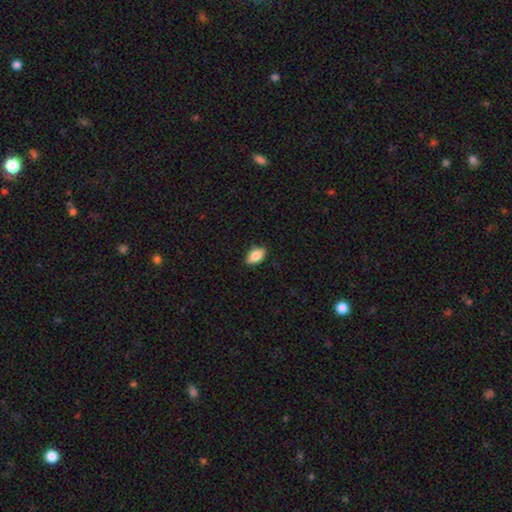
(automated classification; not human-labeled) smooth-or-featured: smooth: 82% | featured or disk: 10% | star or artifact: 8%
  how-rounded: in between: 88% | round: 9% | cigar-shaped: 3%
  merging: none: 86% | minor disturbance: 11% | major disturbance: 2% | merger: 1%